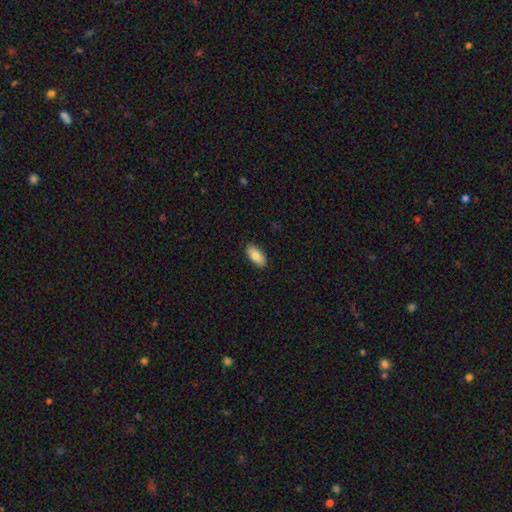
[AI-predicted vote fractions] smooth 84%, featured or disk 9%, star or artifact 6%. Down the decision tree: how rounded — in between (90%); merging — none (88%).